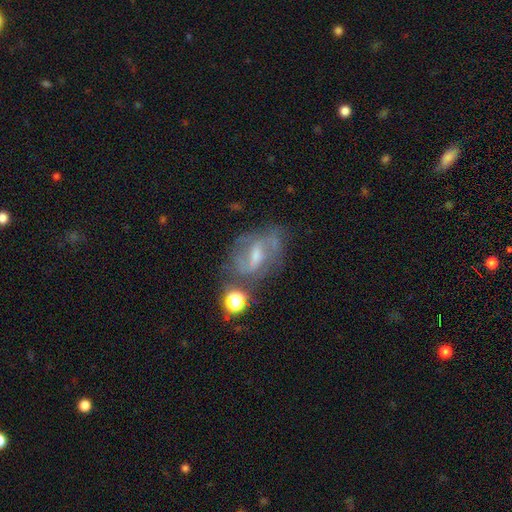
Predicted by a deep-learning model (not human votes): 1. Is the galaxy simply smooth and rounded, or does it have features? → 71% featured or disk, 16% smooth, 12% star or artifact.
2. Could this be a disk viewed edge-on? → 95% no, 5% yes.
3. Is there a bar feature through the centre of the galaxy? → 51% weak, 28% strong, 21% no.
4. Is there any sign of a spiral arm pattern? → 81% yes, 19% no.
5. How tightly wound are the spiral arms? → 44% medium, 35% loose, 21% tight.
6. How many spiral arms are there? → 70% 2, 18% can't tell, 5% 1, 4% 3, 2% 4, 2% more than 4.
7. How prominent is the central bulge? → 49% small, 35% moderate, 12% none, 3% large, 1% dominant.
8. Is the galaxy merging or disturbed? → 54% none, 20% minor disturbance, 14% major disturbance, 11% merger.